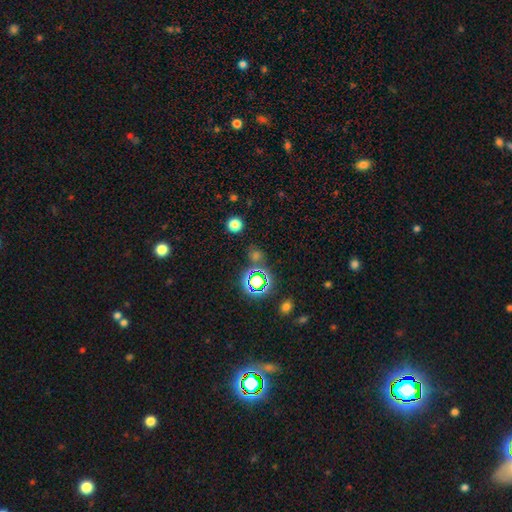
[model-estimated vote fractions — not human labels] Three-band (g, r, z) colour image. It shows a star or artifact, not a galaxy (53%).